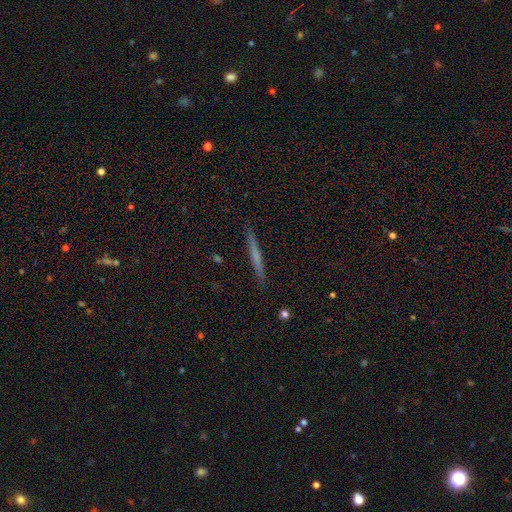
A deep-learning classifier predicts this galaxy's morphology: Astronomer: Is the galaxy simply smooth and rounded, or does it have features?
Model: featured or disk — 49% (runner-up: smooth, 44%).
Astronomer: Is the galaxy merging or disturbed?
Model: none — 91%.